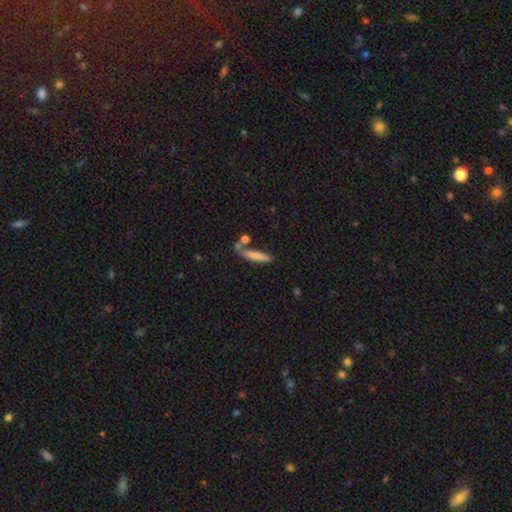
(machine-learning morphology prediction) type=smooth (70%); roundness=cigar-shaped (88%); merging=none (65%).